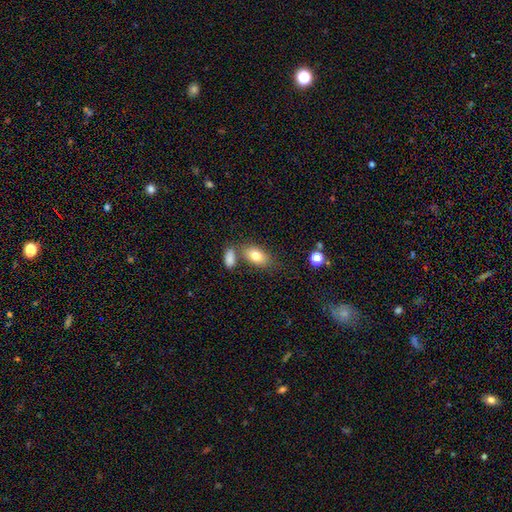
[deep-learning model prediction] A smooth galaxy with no disk features (78%) that is in between round and cigar-shaped (89%). Merging: none (62%).